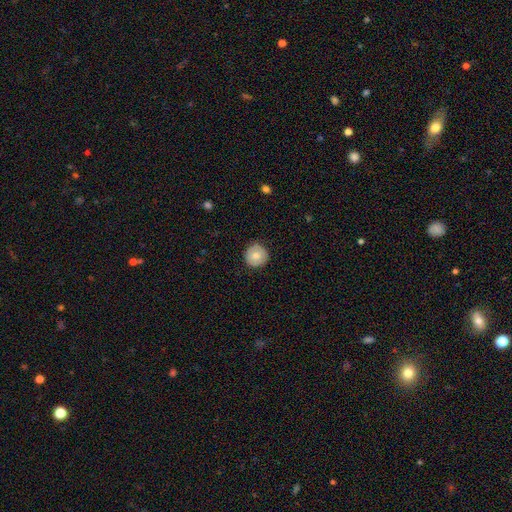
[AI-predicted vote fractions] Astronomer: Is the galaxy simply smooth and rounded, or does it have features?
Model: smooth — 77%.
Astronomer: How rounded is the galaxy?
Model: round — 95%.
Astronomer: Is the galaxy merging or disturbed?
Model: none — 87%.